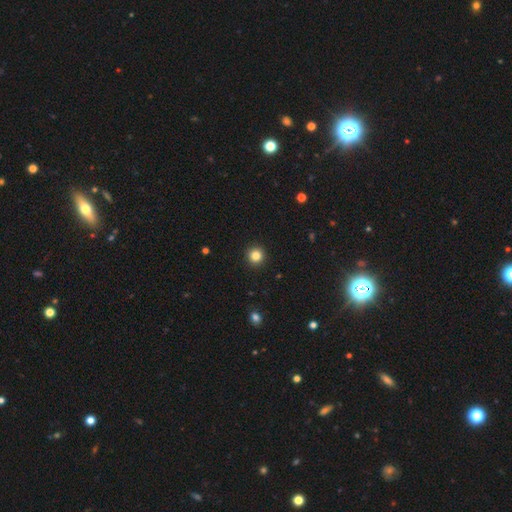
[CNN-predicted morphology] Overall: smooth (83%). How rounded: round (95%). Merging: none (93%).